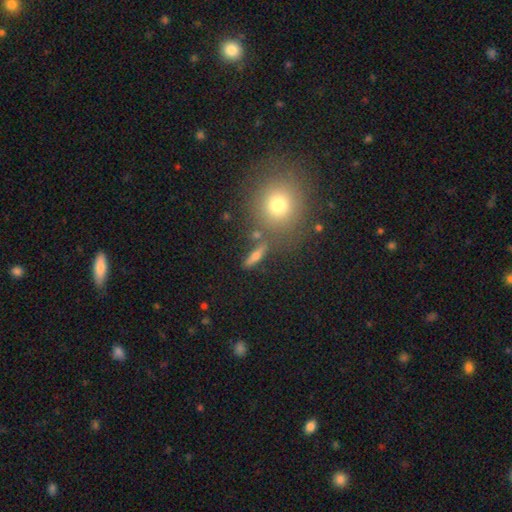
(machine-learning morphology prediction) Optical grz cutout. It shows a smooth galaxy with no disk features (56%) that is cigar-shaped (54%). Merging: none (76%).